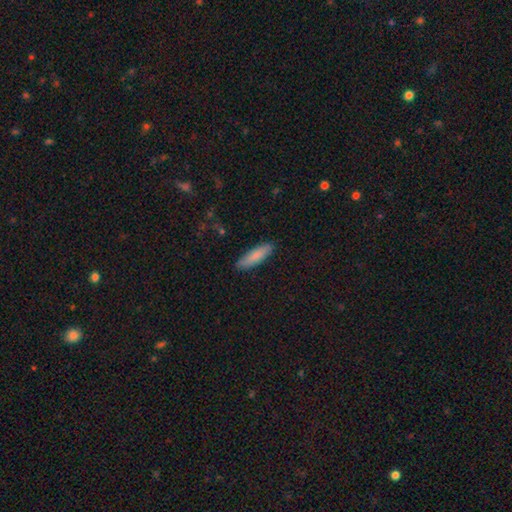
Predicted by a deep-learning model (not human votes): smooth-or-featured: smooth: 82% | featured or disk: 13% | star or artifact: 5%
  how-rounded: cigar-shaped: 61% | in between: 37% | round: 2%
  merging: none: 86% | minor disturbance: 11% | major disturbance: 2% | merger: 1%